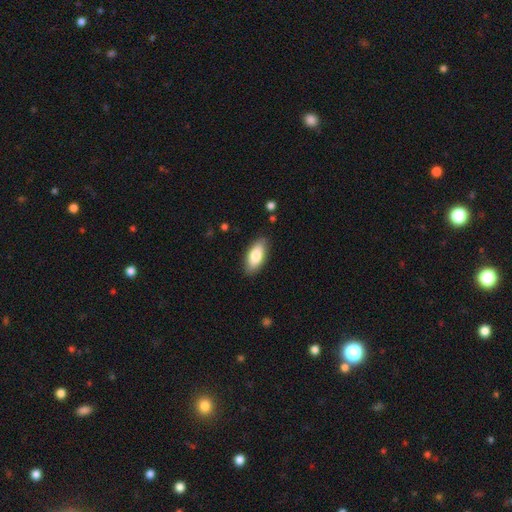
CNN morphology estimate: Overall: smooth (80%). How rounded: in between (86%). Merging: none (86%).